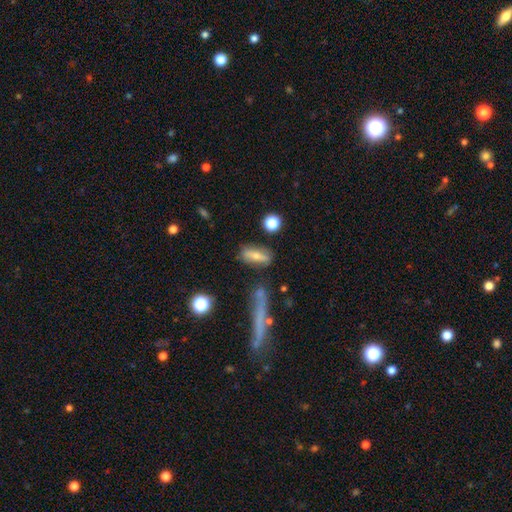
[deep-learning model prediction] A smooth galaxy with no disk features (57%) that is in between round and cigar-shaped (58%). Merging: none (71%).